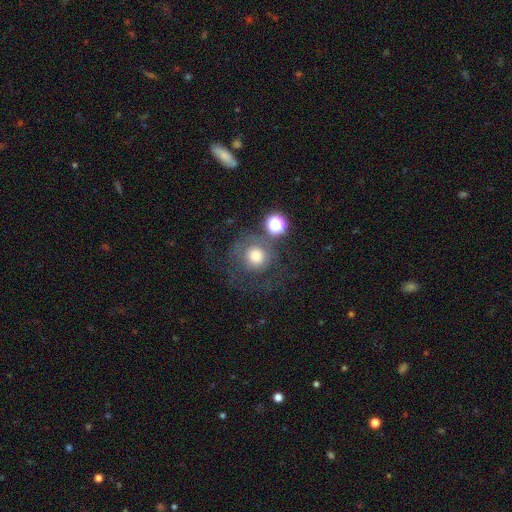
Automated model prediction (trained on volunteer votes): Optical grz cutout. It shows a smooth galaxy with no disk features (59%) that is round (91%). Merging: none (53%).